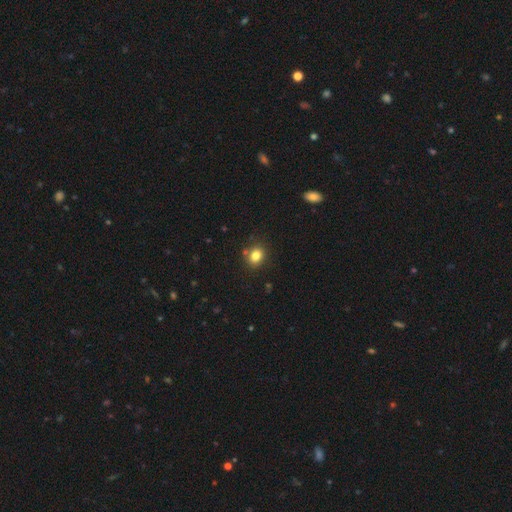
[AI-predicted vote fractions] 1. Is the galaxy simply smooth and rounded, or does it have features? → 82% smooth, 12% star or artifact, 7% featured or disk.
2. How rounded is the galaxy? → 58% round, 41% in between, 1% cigar-shaped.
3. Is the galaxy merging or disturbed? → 82% none, 10% minor disturbance, 5% merger, 3% major disturbance.